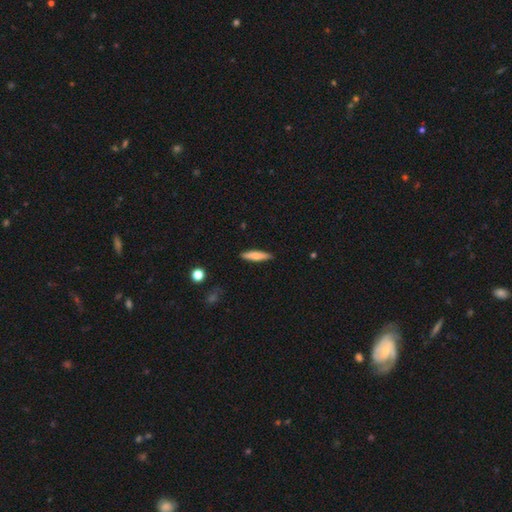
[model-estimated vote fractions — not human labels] Smooth or featured? smooth (69%)
How rounded? cigar-shaped (80%)
Merging? none (88%)